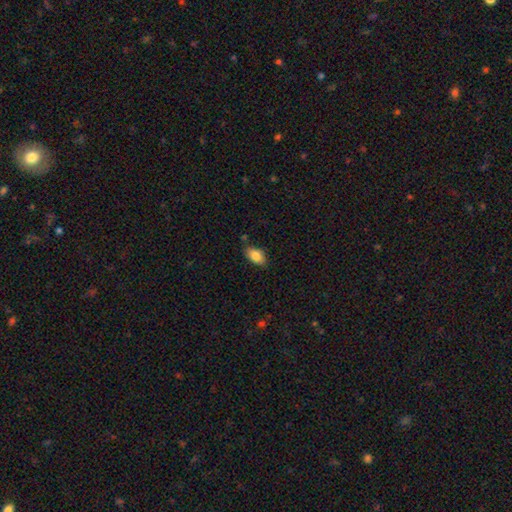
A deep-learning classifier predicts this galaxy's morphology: smooth-or-featured: smooth: 83% | featured or disk: 10% | star or artifact: 7%
  how-rounded: in between: 92% | round: 6% | cigar-shaped: 3%
  merging: none: 81% | minor disturbance: 14% | merger: 3% | major disturbance: 2%